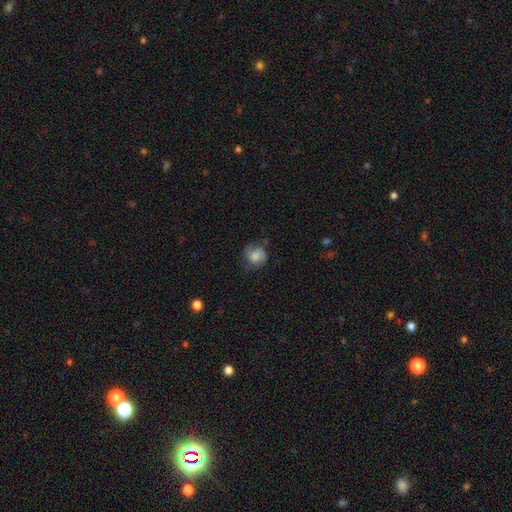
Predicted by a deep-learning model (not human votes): The model was most divided on "merging": none: 57%, minor disturbance: 28%, major disturbance: 13%, merger: 2%. More confident: how rounded — round (76%); smooth or featured — smooth (67%).